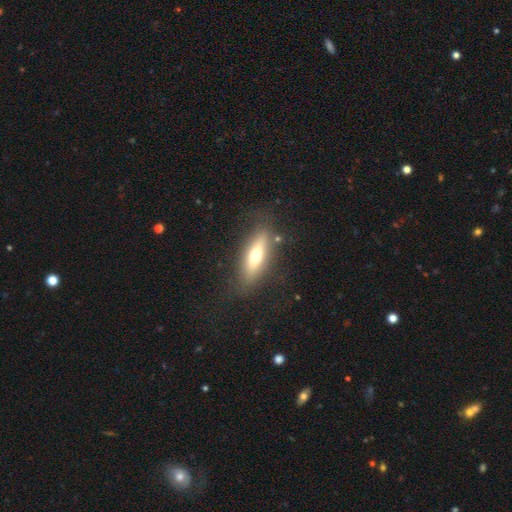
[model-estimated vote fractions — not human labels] Smooth or featured: smooth — 56% (featured or disk — 37%)
How rounded: in between — 49% (cigar-shaped — 48%)
Merging: none — 80% (minor disturbance — 12%)